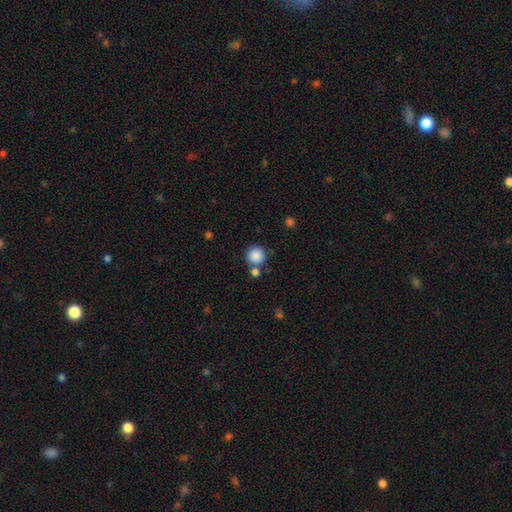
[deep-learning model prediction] smooth-or-featured: smooth: 87% | star or artifact: 9% | featured or disk: 4%
  how-rounded: round: 95% | in between: 4% | cigar-shaped: 1%
  merging: none: 75% | merger: 14% | minor disturbance: 8% | major disturbance: 3%